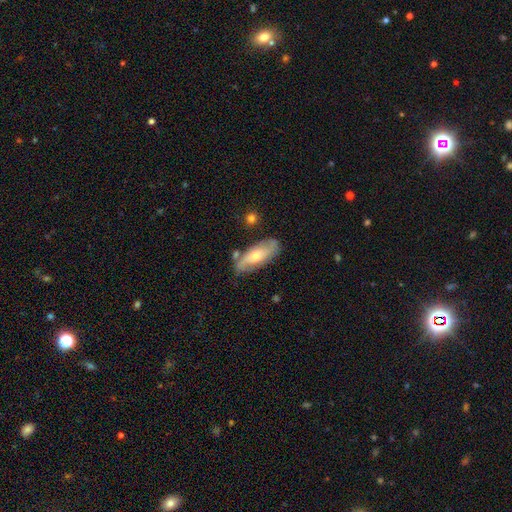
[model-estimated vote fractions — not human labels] Morphology: type=featured or disk (53%); edge-on=no (77%); merging=none (74%).